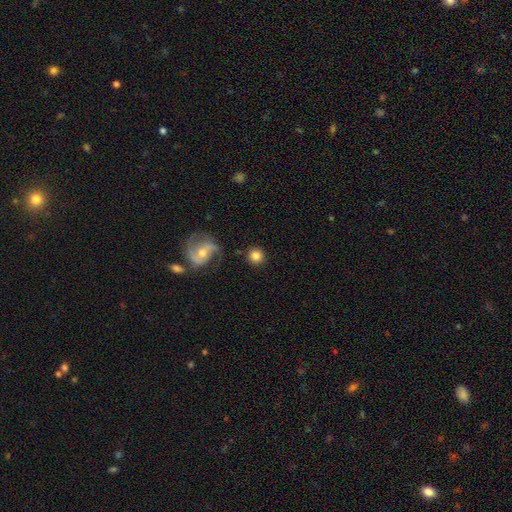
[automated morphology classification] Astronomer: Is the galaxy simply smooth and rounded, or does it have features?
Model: smooth — 79%.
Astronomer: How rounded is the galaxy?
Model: round — 93%.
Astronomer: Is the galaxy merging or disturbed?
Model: none — 85%.